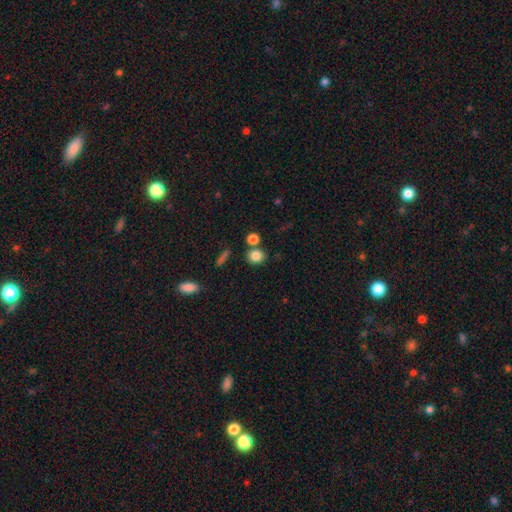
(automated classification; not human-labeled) smooth-or-featured: smooth: 84% | star or artifact: 10% | featured or disk: 6%
  how-rounded: round: 75% | in between: 24% | cigar-shaped: 2%
  merging: none: 72% | merger: 16% | minor disturbance: 9% | major disturbance: 3%